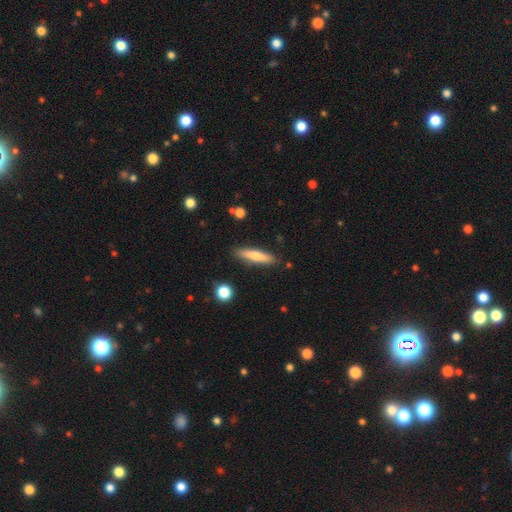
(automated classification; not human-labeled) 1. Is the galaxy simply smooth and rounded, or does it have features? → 67% smooth, 27% featured or disk, 6% star or artifact.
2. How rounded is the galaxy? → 83% cigar-shaped, 15% in between, 2% round.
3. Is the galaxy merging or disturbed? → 86% none, 9% minor disturbance, 2% merger, 2% major disturbance.